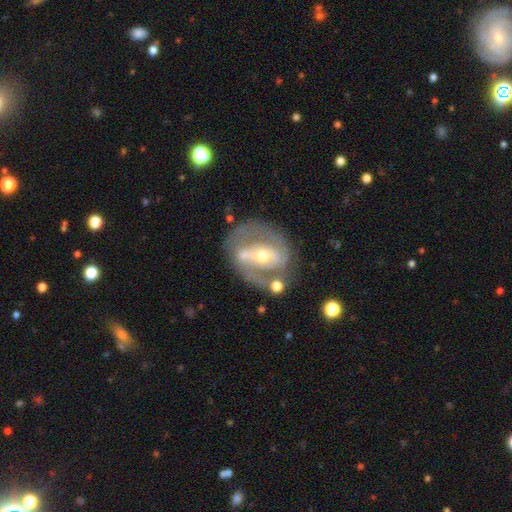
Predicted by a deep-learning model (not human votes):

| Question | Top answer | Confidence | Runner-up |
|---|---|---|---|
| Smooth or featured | featured or disk | 82% | smooth (12%) |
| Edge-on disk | no | 94% | yes (6%) |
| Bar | strong | 55% | weak (26%) |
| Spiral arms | yes | 73% | no (27%) |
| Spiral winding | medium | 43% | tight (39%) |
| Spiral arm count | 2 | 76% | can't tell (13%) |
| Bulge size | moderate | 50% | small (45%) |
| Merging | none | 66% | minor disturbance (16%) |